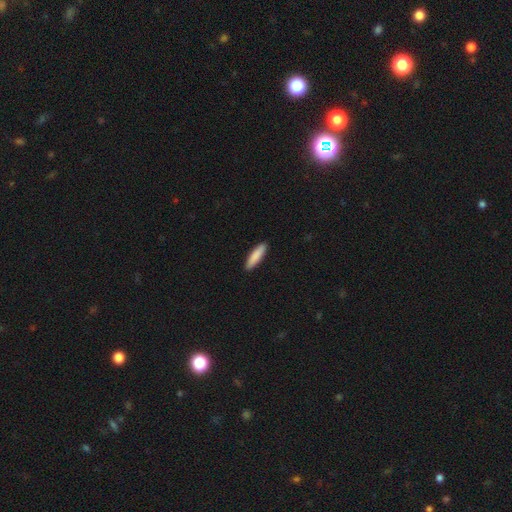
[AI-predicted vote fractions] Smooth or featured: smooth — 87% (featured or disk — 7%)
How rounded: cigar-shaped — 76% (in between — 23%)
Merging: none — 91% (minor disturbance — 7%)